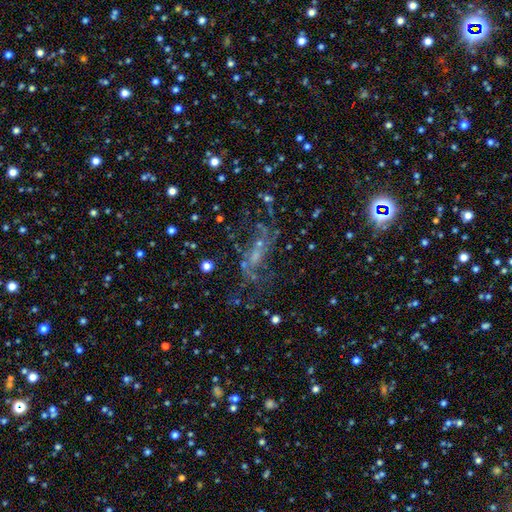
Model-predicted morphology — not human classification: A featured or disk galaxy (67%) with no bar (54%), spiral arms (69%) and a small central bulge (46%).

Vote fractions:
- Smooth or featured? featured or disk: 67% / star or artifact: 17% / smooth: 16%
- Edge-on disk? no: 92% / yes: 8%
- Bar? no: 54% / weak: 35% / strong: 12%
- Spiral arms? yes: 69% / no: 31%
- Bulge size? small: 46% / moderate: 25% / none: 24% / large: 3% / dominant: 2%
- Merging? none: 46% / major disturbance: 27% / minor disturbance: 18% / merger: 9%